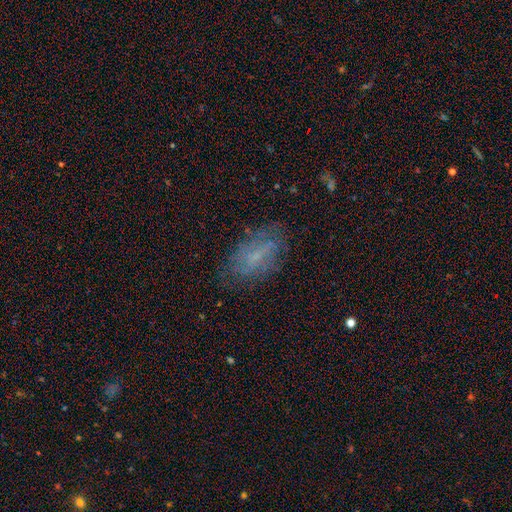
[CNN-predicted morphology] Smooth or featured: smooth — 44% (featured or disk — 42%)
Merging: none — 71% (minor disturbance — 19%)